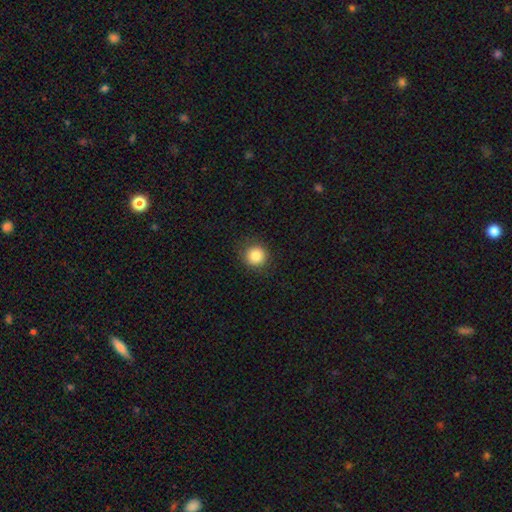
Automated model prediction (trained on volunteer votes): This is clearly a smooth galaxy (85%). How rounded: clearly round (93%). Merging: clearly none (89%).